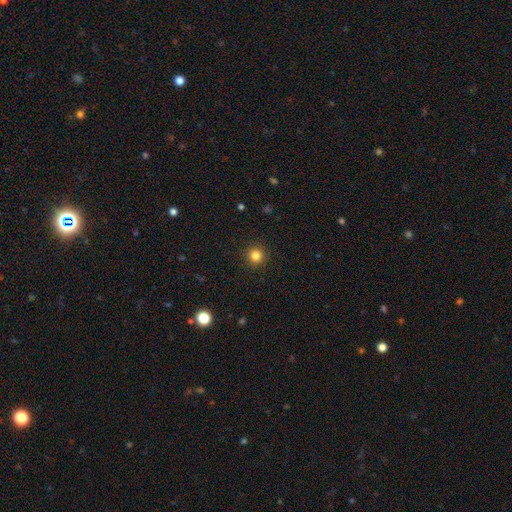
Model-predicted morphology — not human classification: smooth-or-featured: smooth: 83% | star or artifact: 13% | featured or disk: 5%
  how-rounded: round: 95% | in between: 4% | cigar-shaped: 1%
  merging: none: 92% | minor disturbance: 5% | major disturbance: 2% | merger: 1%